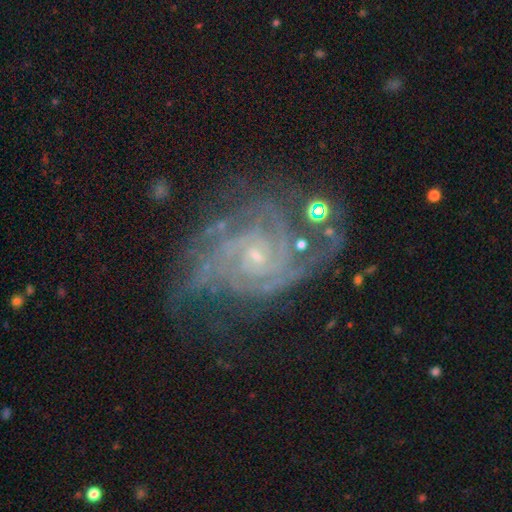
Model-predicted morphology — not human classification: This is clearly a featured or disk galaxy (89%). It is clearly not viewed edge-on (98%). Bar: likely no (72%). Spiral arm pattern: clearly yes (98%). Spiral arm count: marginally 3 (21%, tied with can't tell and 2). Spiral winding: likely tight (65%). Central bulge: likely small (80%). Merging: possibly none (59%).